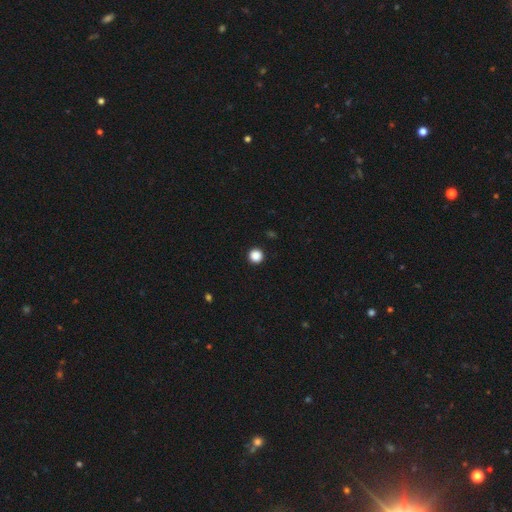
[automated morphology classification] smooth_or_featured: smooth (p=0.87) [alt: star or artifact p=0.11]
how_rounded: round (p=0.96) [alt: in between p=0.03]
merging: none (p=0.94) [alt: minor disturbance p=0.04]